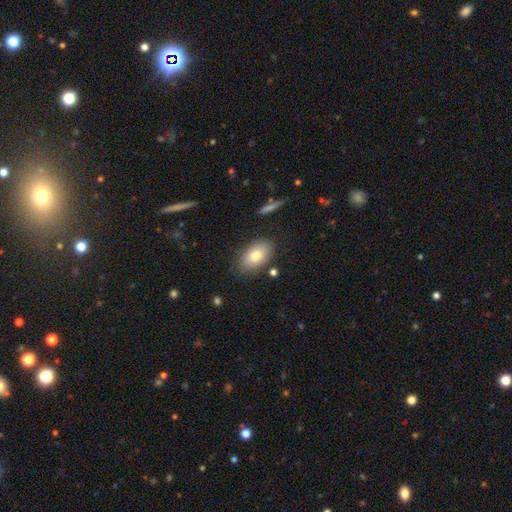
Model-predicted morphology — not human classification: smooth-or-featured: smooth: 78% | featured or disk: 15% | star or artifact: 7%
  how-rounded: in between: 91% | round: 7% | cigar-shaped: 2%
  merging: none: 81% | minor disturbance: 13% | major disturbance: 3% | merger: 3%